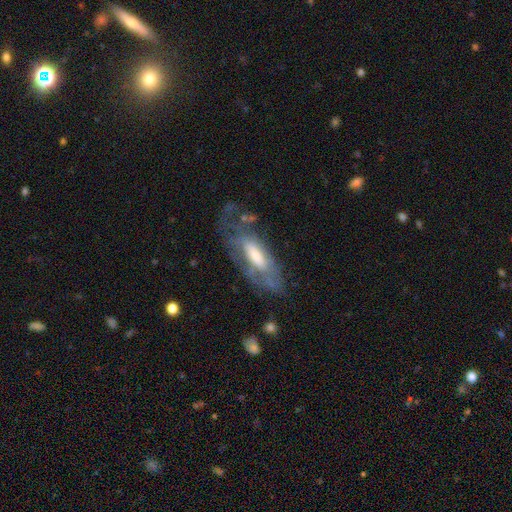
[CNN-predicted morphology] A featured or disk galaxy (60%). Merging: none (48%).